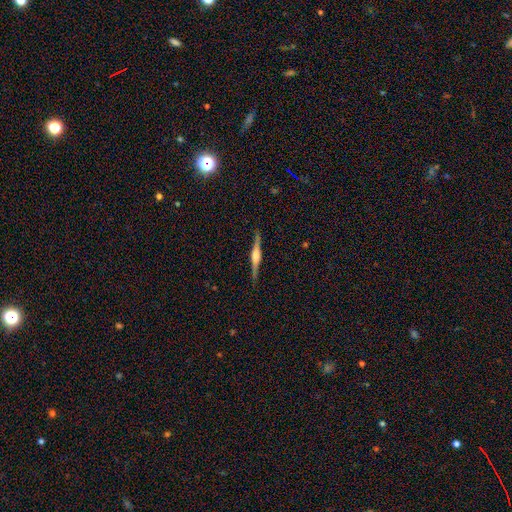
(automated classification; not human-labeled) Smooth or featured? Predicted: featured or disk (p=0.80). Edge-on disk? Predicted: yes (p=0.98). Edge-on bulge? Predicted: rounded (p=0.78). Merging? Predicted: none (p=0.91).